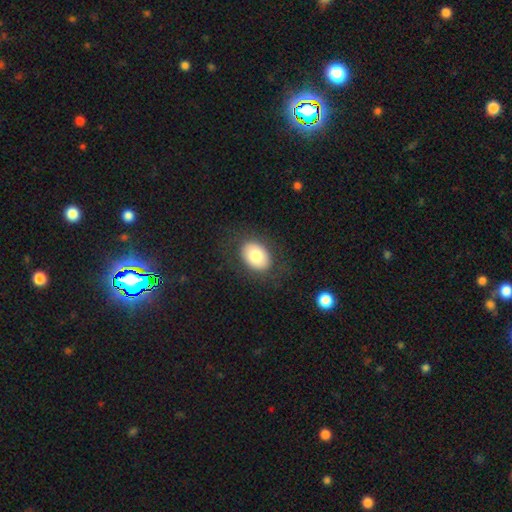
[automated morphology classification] smooth_or_featured: smooth (p=0.80) [alt: featured or disk p=0.13]
how_rounded: in between (p=0.77) [alt: round p=0.22]
merging: none (p=0.82) [alt: minor disturbance p=0.11]